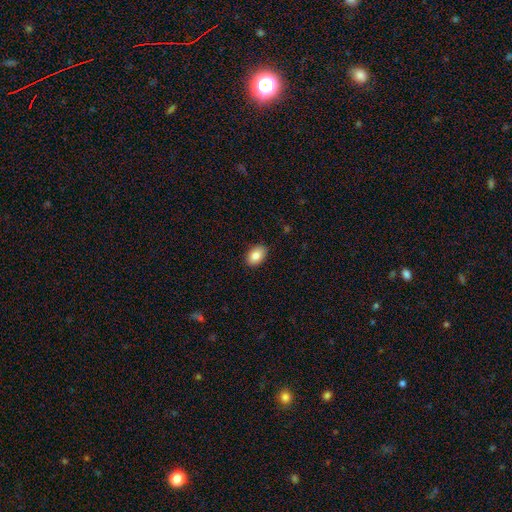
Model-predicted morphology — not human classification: Smooth or featured? Predicted: smooth (p=0.85). How rounded? Predicted: in between (p=0.85). Merging? Predicted: none (p=0.88).